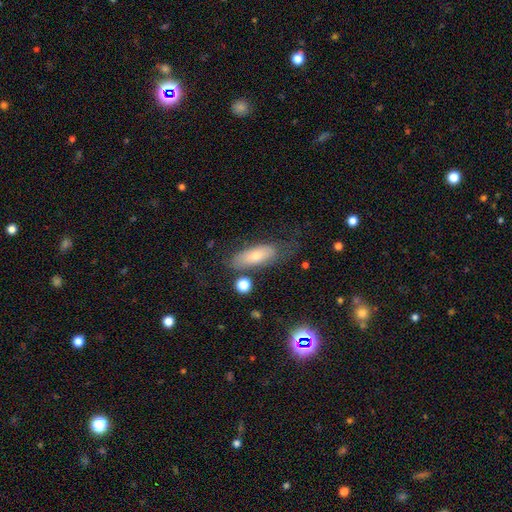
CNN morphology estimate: A smooth galaxy with no disk features (61%) that is in between round and cigar-shaped (66%).

Vote fractions:
- Smooth or featured? smooth: 61% / featured or disk: 29% / star or artifact: 9%
- How rounded? in between: 66% / cigar-shaped: 31% / round: 3%
- Merging? none: 58% / minor disturbance: 25% / major disturbance: 13% / merger: 4%